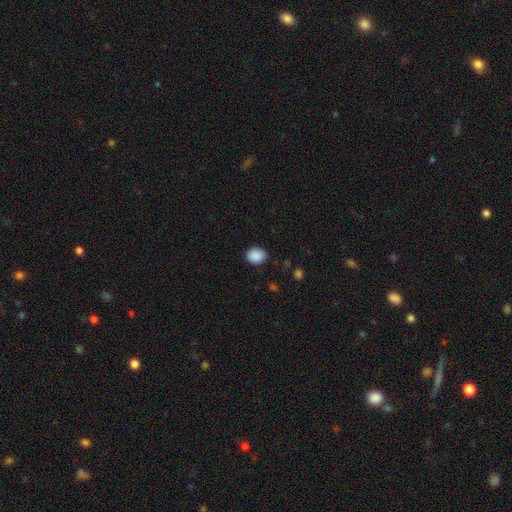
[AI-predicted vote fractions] Smooth or featured?
  - smooth: 89% *
  - star or artifact: 8%
  - featured or disk: 3%
How rounded?
  - round: 65% *
  - in between: 35%
  - cigar-shaped: 1%
Merging?
  - none: 87% *
  - minor disturbance: 9%
  - major disturbance: 2%
  - merger: 1%